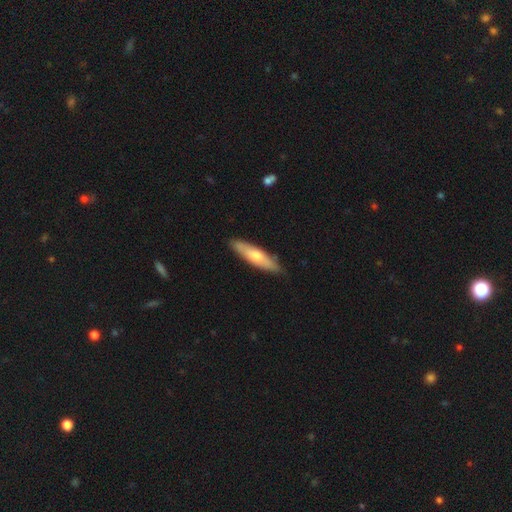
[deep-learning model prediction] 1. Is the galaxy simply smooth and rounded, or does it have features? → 61% smooth, 34% featured or disk, 5% star or artifact.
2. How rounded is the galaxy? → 75% cigar-shaped, 23% in between, 1% round.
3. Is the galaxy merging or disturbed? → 84% none, 12% minor disturbance, 2% major disturbance, 1% merger.